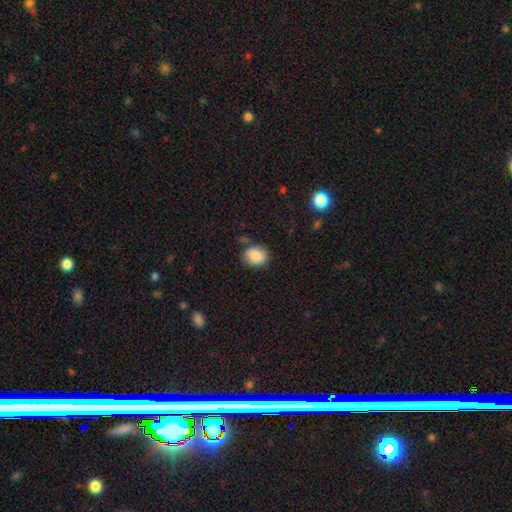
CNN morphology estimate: Q: Smooth or featured?
A: smooth (84%); runner-up: star or artifact (8%)
Q: How rounded?
A: round (59%); runner-up: in between (40%)
Q: Merging?
A: none (64%); runner-up: minor disturbance (23%)